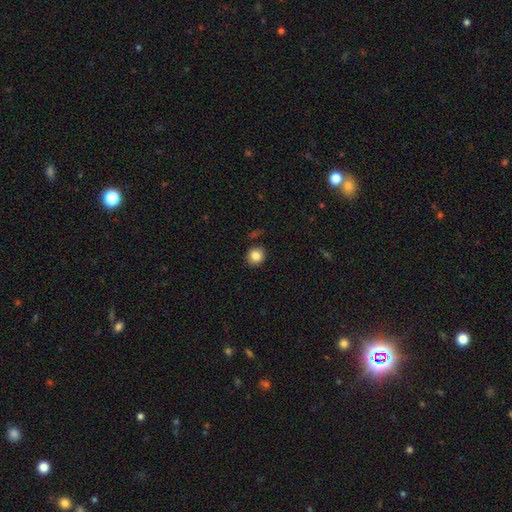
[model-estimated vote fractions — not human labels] This is clearly a smooth galaxy (84%). How rounded: clearly round (87%). Merging: clearly none (88%).